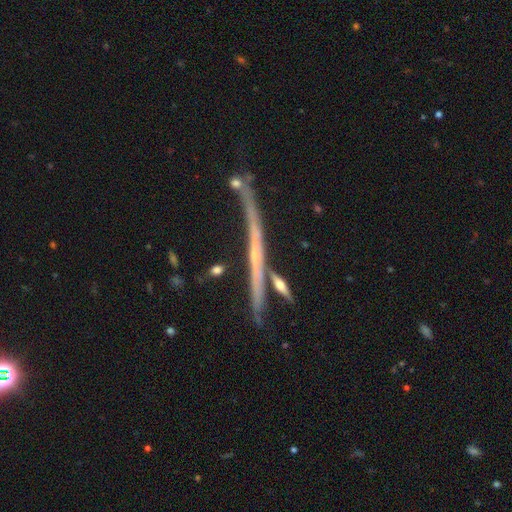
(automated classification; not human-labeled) A featured or disk galaxy (73%) viewed edge-on (96%) with no central bulge (72%). Merging: none (68%).